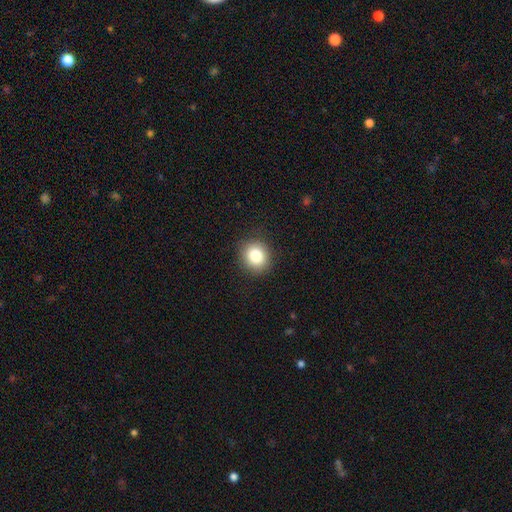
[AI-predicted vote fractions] Smooth or featured: smooth — 83% (star or artifact — 10%)
How rounded: round — 82% (in between — 17%)
Merging: none — 89% (minor disturbance — 8%)